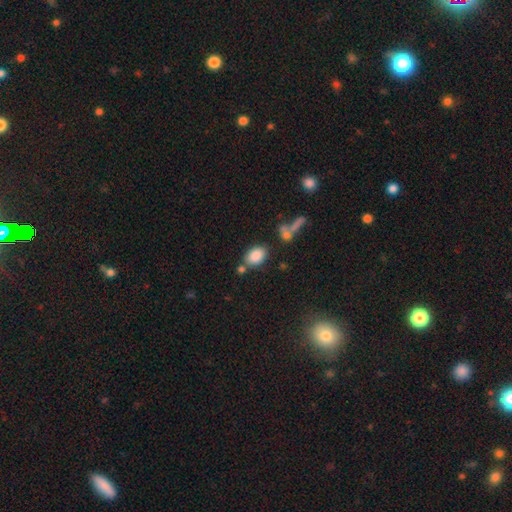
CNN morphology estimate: Q: Smooth or featured?
A: smooth (85%); runner-up: star or artifact (8%)
Q: How rounded?
A: in between (81%); runner-up: round (17%)
Q: Merging?
A: none (69%); runner-up: merger (13%)